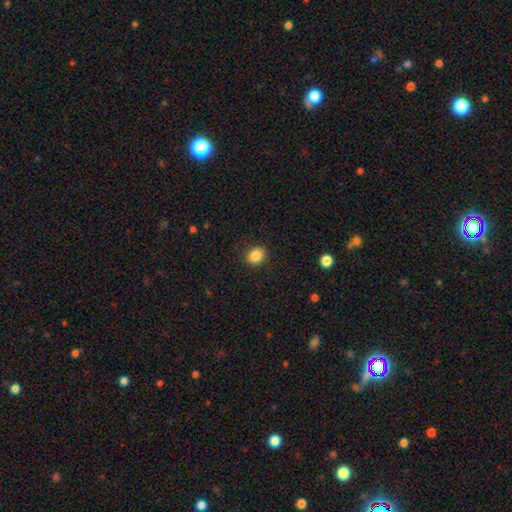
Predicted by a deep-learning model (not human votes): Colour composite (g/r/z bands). It shows a smooth galaxy with no disk features (86%) that is round (65%). Merging: none (89%).